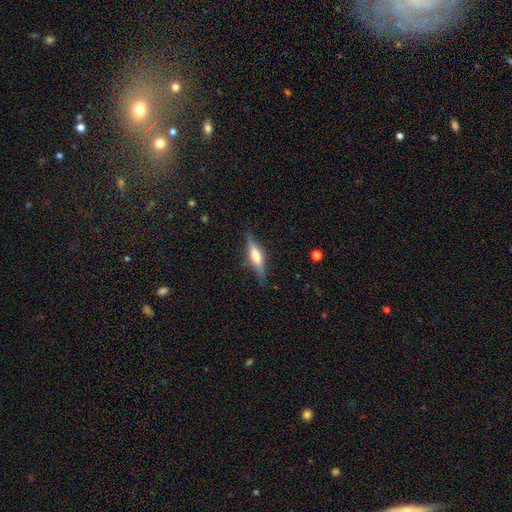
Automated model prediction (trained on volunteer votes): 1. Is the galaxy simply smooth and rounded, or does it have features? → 56% featured or disk, 37% smooth, 6% star or artifact.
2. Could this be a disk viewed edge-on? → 93% yes, 7% no.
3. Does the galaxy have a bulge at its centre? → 80% rounded, 15% boxy, 5% none.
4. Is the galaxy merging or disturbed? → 81% none, 15% minor disturbance, 3% major disturbance, 1% merger.